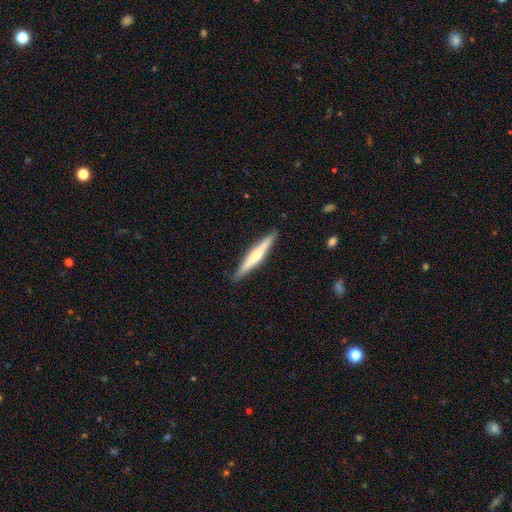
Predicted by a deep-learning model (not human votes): The model was most divided on "smooth or featured": featured or disk: 54%, smooth: 40%, star or artifact: 5%. More confident: edge-on disk — yes (97%); merging — none (90%); edge-on bulge — rounded (65%).